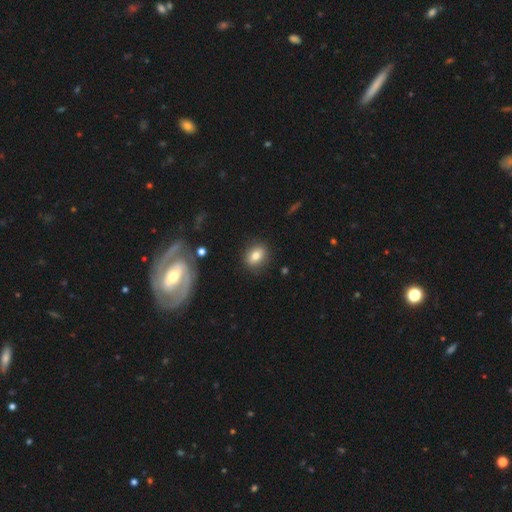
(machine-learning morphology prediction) Smooth or featured?
  - smooth: 76% *
  - featured or disk: 14%
  - star or artifact: 10%
How rounded?
  - in between: 59% *
  - round: 39%
  - cigar-shaped: 2%
Merging?
  - none: 86% *
  - minor disturbance: 10%
  - major disturbance: 3%
  - merger: 2%